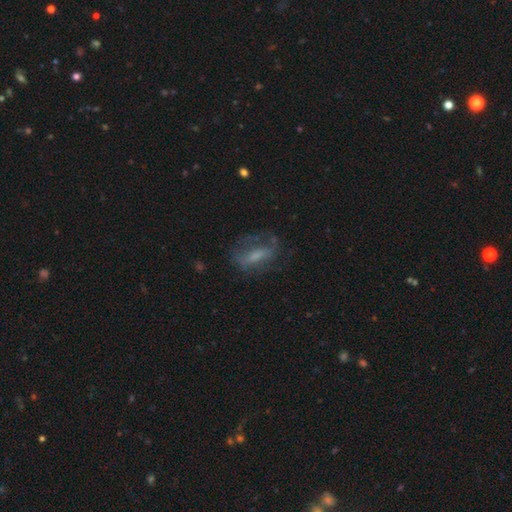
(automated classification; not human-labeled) smooth-or-featured: featured or disk: 48% | smooth: 40% | star or artifact: 11%
  merging: none: 53% | major disturbance: 23% | minor disturbance: 22% | merger: 2%